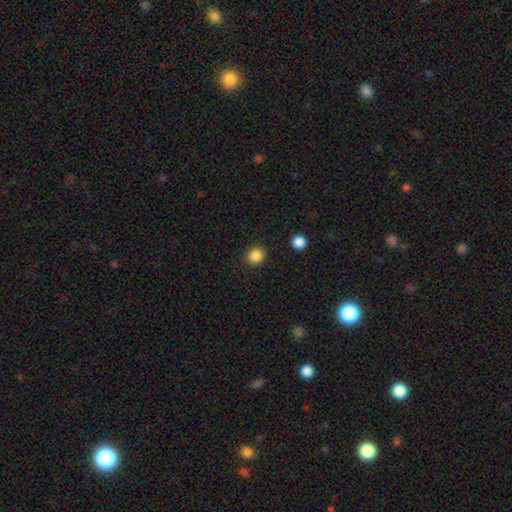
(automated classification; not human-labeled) This is clearly a smooth galaxy (86%). How rounded: clearly round (85%). Merging: clearly none (89%).